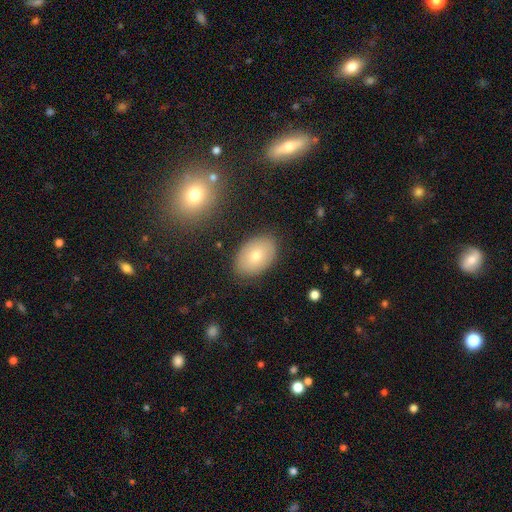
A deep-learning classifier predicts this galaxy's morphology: Smooth or featured? Predicted: smooth (p=0.70). How rounded? Predicted: in between (p=0.86). Merging? Predicted: none (p=0.85).